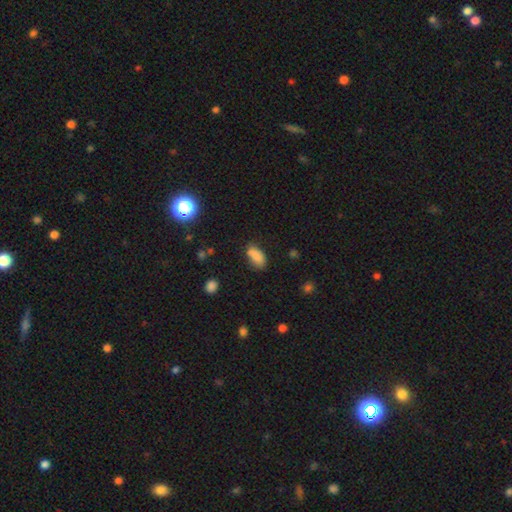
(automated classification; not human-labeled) Smooth or featured: smooth — 84% (star or artifact — 10%)
How rounded: in between — 90% (cigar-shaped — 6%)
Merging: none — 67% (minor disturbance — 22%)